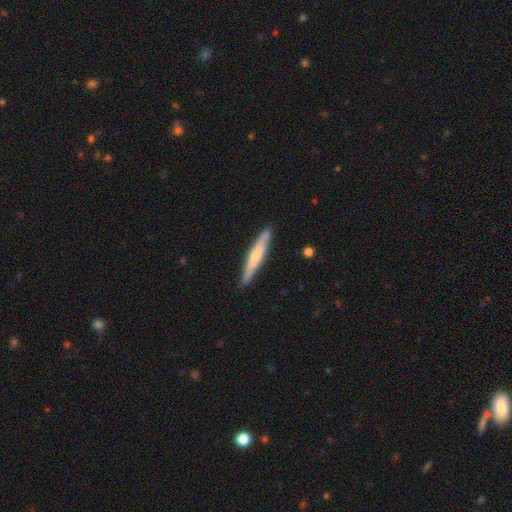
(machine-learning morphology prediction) Smooth or featured? smooth (57%)
How rounded? cigar-shaped (94%)
Merging? none (88%)